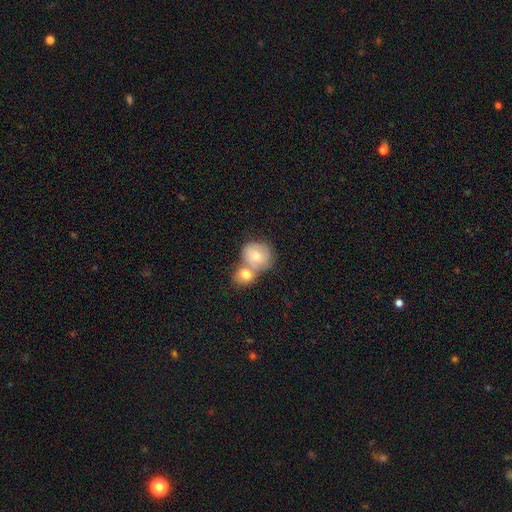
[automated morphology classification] Overall: smooth (74%). How rounded: round (76%). Merging: merger (61%; none 27%).